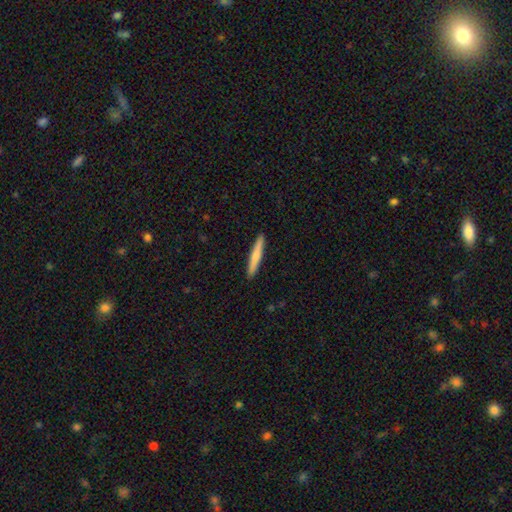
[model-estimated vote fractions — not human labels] The model was most divided on "smooth or featured": smooth: 69%, featured or disk: 26%, star or artifact: 5%. More confident: how rounded — cigar-shaped (95%); merging — none (92%).